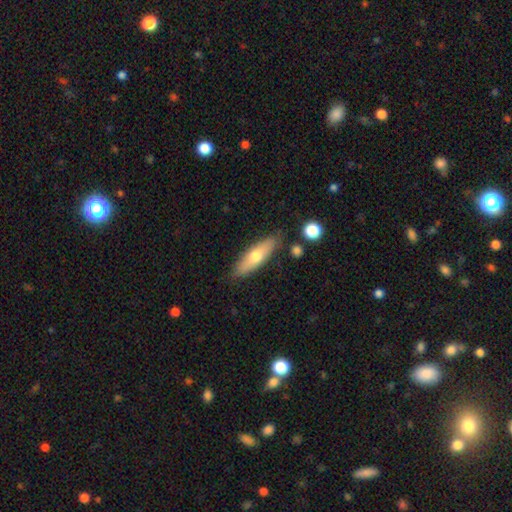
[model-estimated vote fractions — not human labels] smooth-or-featured: smooth: 59% | featured or disk: 35% | star or artifact: 6%
  how-rounded: cigar-shaped: 57% | in between: 41% | round: 2%
  merging: none: 82% | minor disturbance: 12% | merger: 3% | major disturbance: 2%